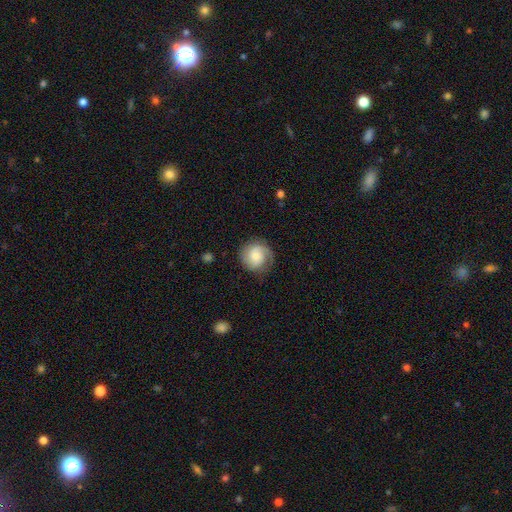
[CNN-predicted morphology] type=smooth (47%); merging=none (73%).